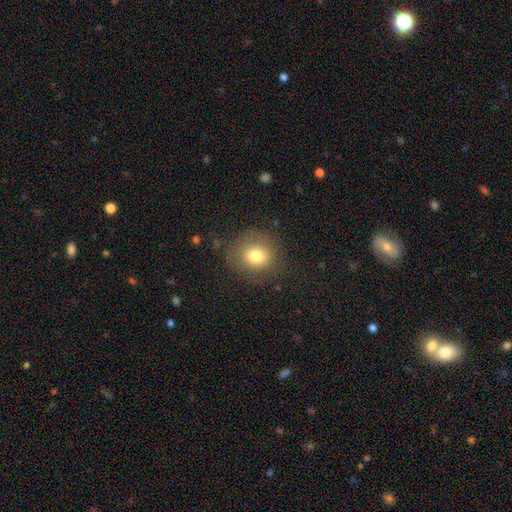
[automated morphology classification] A smooth galaxy with no disk features (76%) that is round (82%). Merging: none (80%).